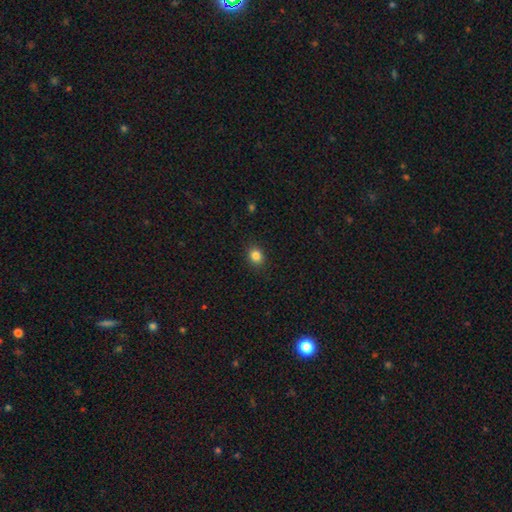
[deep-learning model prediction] This appears to be a smooth galaxy with no disk features (84%) that is round (62%). Merging: none (89%).